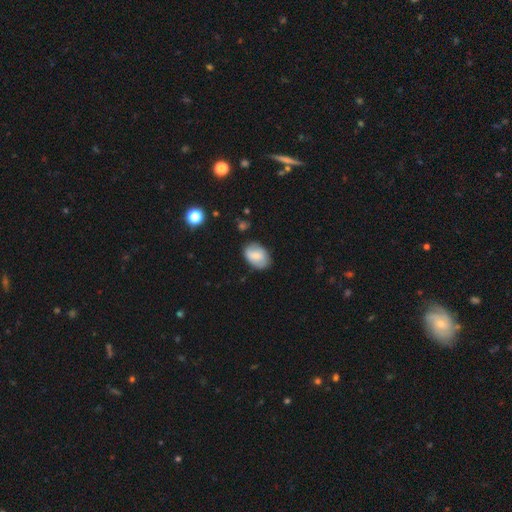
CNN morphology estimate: Smooth or featured?
  - smooth: 72% *
  - featured or disk: 20%
  - star or artifact: 7%
How rounded?
  - in between: 83% *
  - round: 16%
  - cigar-shaped: 1%
Merging?
  - none: 76% *
  - minor disturbance: 18%
  - major disturbance: 4%
  - merger: 2%